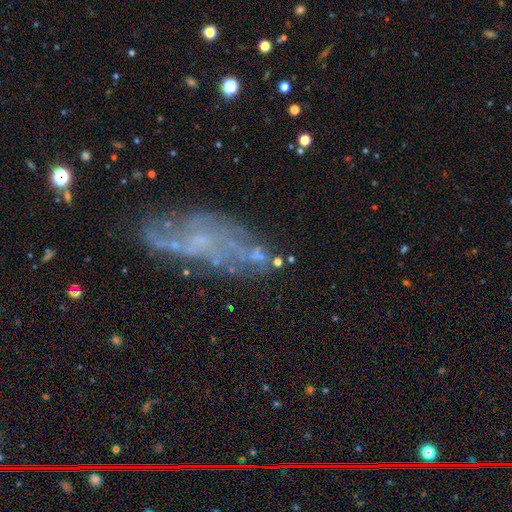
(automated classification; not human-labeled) Morphology: type=featured or disk (48%); merging=none (50%).